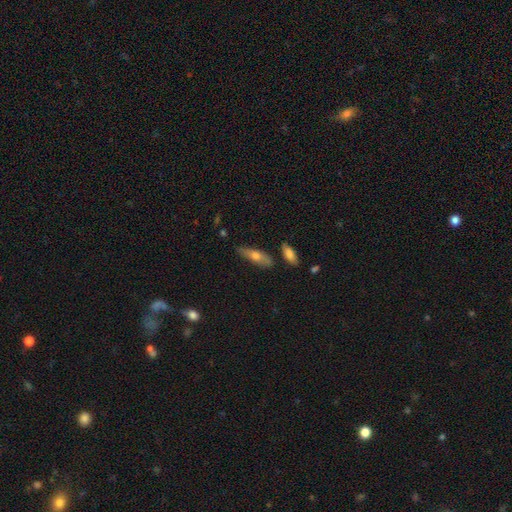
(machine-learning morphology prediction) Smooth or featured?
  - smooth: 60% *
  - featured or disk: 33%
  - star or artifact: 7%
How rounded?
  - cigar-shaped: 54% *
  - in between: 43%
  - round: 3%
Merging?
  - none: 70% *
  - minor disturbance: 20%
  - merger: 5%
  - major disturbance: 4%